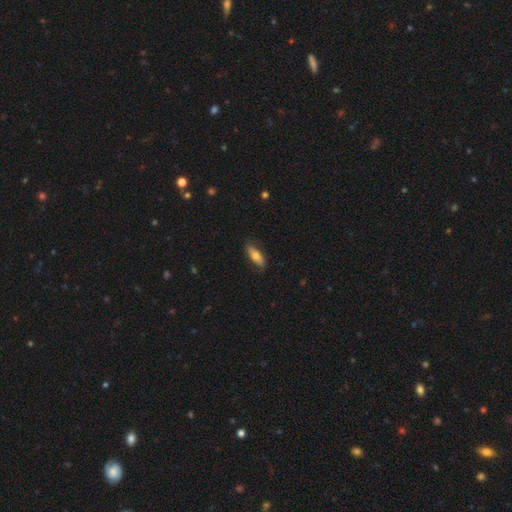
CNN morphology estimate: smooth 69%, featured or disk 25%, star or artifact 6%. Down the decision tree: how rounded — in between (69%); merging — none (80%).